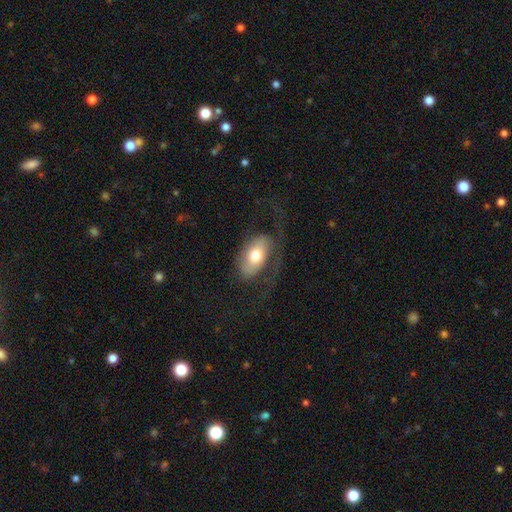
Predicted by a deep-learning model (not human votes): Morphology: type=smooth (56%); roundness=in between (92%); merging=none (51%).